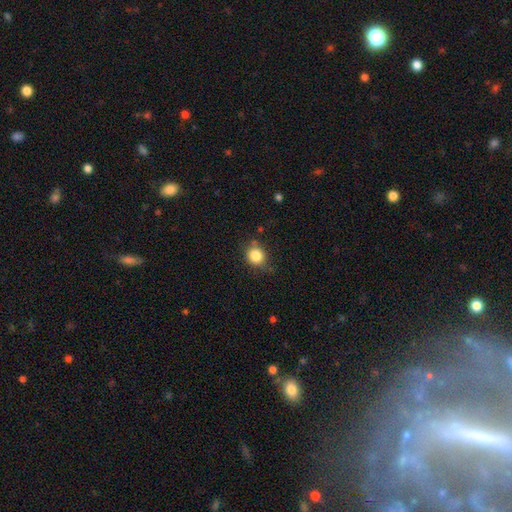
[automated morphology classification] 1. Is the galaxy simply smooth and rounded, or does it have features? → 83% smooth, 11% star or artifact, 6% featured or disk.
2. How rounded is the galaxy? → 84% round, 15% in between, 1% cigar-shaped.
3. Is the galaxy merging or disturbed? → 72% none, 20% minor disturbance, 5% major disturbance, 3% merger.